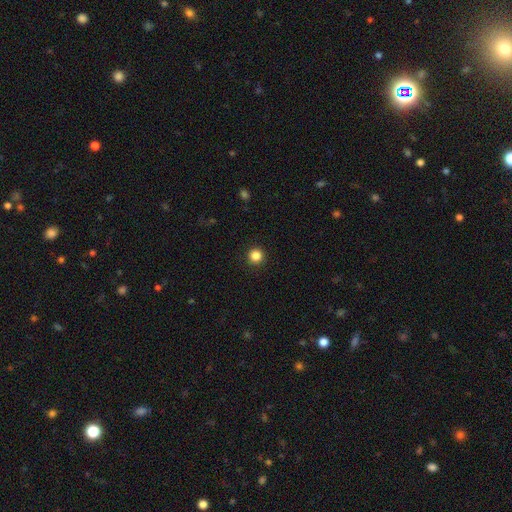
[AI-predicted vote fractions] Smooth or featured?
  - smooth: 85% *
  - star or artifact: 12%
  - featured or disk: 3%
How rounded?
  - round: 96% *
  - in between: 3%
  - cigar-shaped: 1%
Merging?
  - none: 93% *
  - minor disturbance: 4%
  - major disturbance: 2%
  - merger: 1%